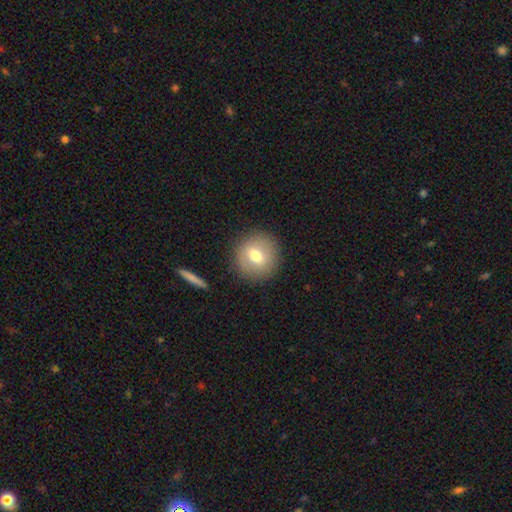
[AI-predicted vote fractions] smooth 65%, featured or disk 27%, star or artifact 9%. Down the decision tree: how rounded — round (89%); merging — none (87%).